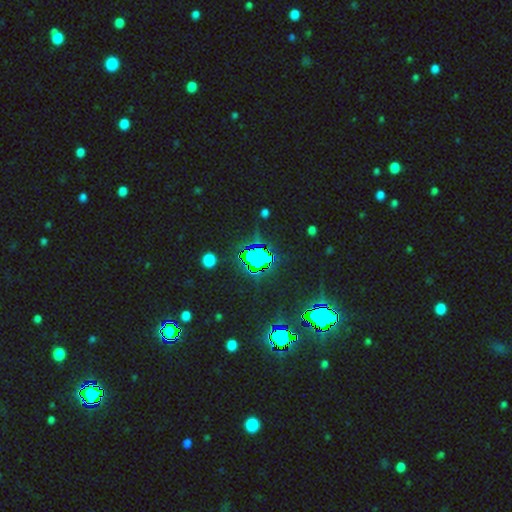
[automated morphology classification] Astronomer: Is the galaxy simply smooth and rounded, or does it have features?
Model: star or artifact — 76%.